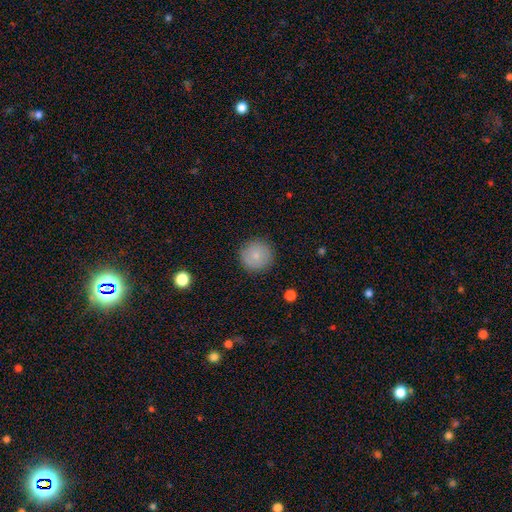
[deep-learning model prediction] Overall: smooth (79%). How rounded: round (95%). Merging: none (90%).